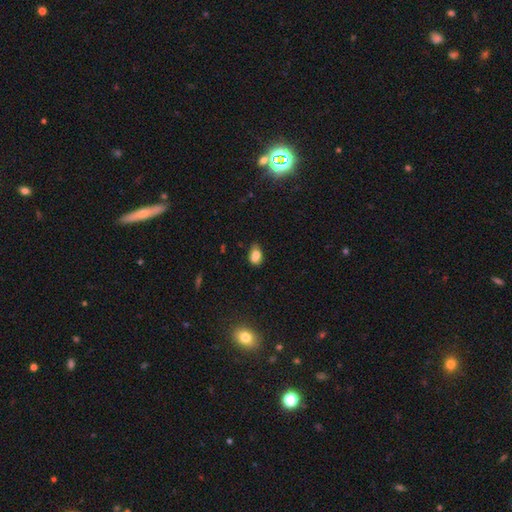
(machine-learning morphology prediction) This is likely a smooth galaxy (78%). How rounded: likely in between (80%). Merging: possibly none (49%).